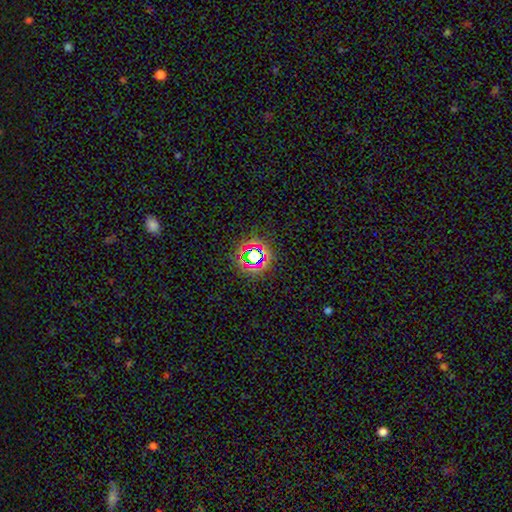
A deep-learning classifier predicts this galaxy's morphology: Q: Smooth or featured?
A: star or artifact (63%); runner-up: smooth (26%)